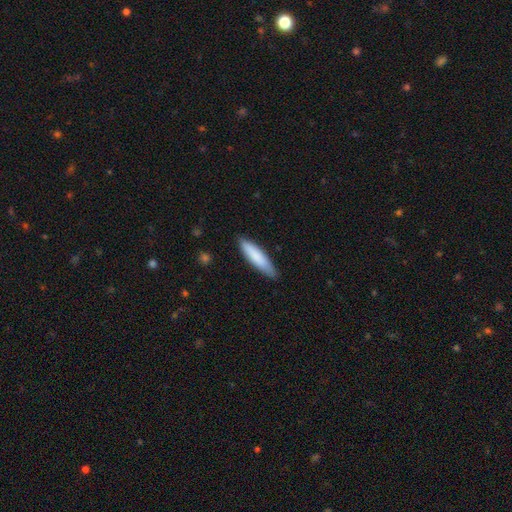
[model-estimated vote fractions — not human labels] smooth-or-featured: smooth: 84% | featured or disk: 11% | star or artifact: 5%
  how-rounded: cigar-shaped: 76% | in between: 23% | round: 1%
  merging: none: 85% | minor disturbance: 12% | major disturbance: 2% | merger: 1%